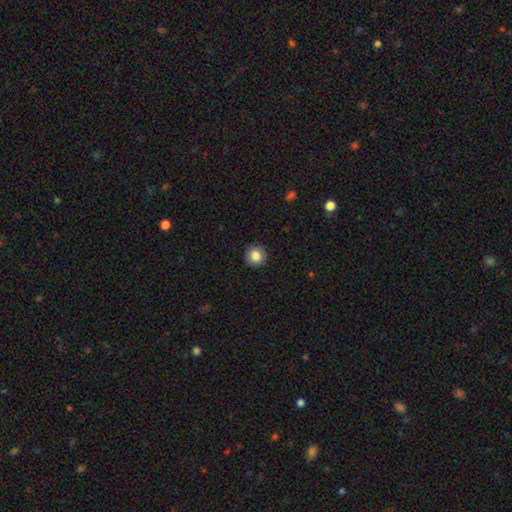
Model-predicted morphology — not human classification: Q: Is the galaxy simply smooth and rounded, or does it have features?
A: smooth — 83%.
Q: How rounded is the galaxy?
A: round — 93%.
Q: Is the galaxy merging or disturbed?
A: none — 91%.